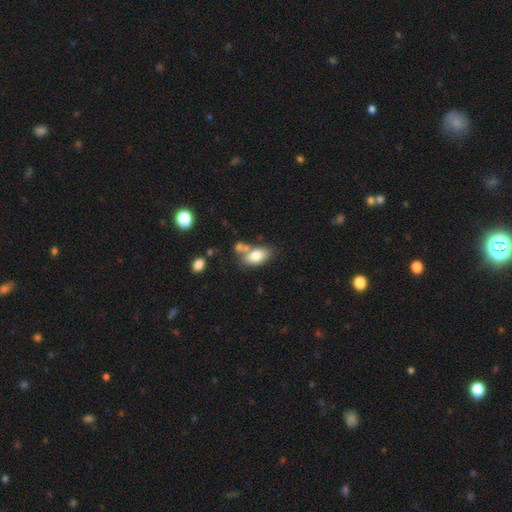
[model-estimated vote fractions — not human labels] smooth 77%, featured or disk 15%, star or artifact 8%. Down the decision tree: how rounded — in between (89%); merging — none (50%).